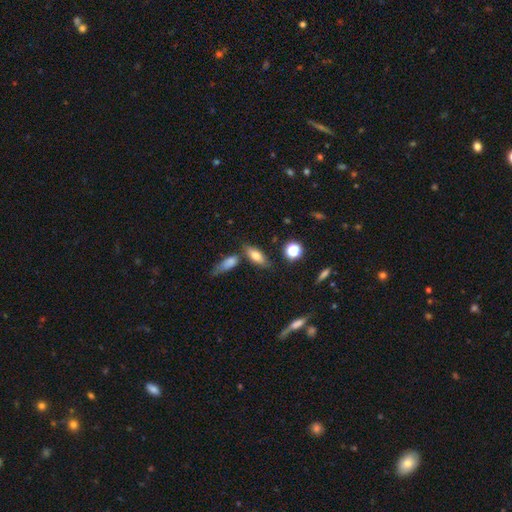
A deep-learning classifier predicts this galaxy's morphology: smooth-or-featured: smooth: 72% | featured or disk: 19% | star or artifact: 9%
  how-rounded: in between: 74% | cigar-shaped: 22% | round: 4%
  merging: none: 67% | merger: 15% | minor disturbance: 14% | major disturbance: 4%